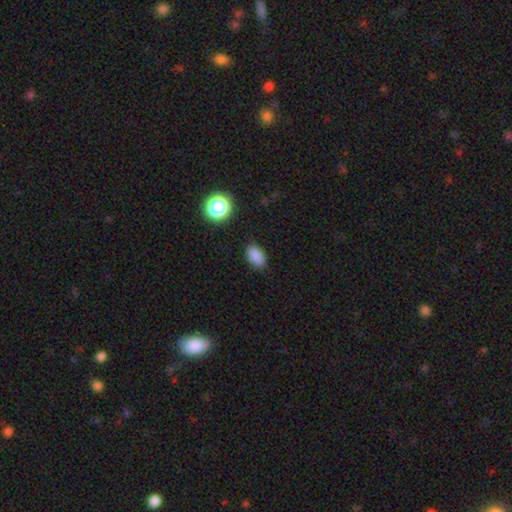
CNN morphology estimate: Overall: smooth (85%). How rounded: in between (88%). Merging: none (87%).